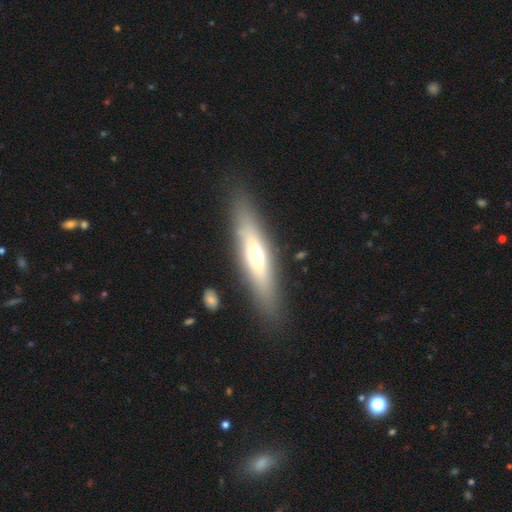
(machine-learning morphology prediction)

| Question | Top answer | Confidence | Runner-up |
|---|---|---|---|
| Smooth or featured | smooth | 49% | featured or disk (44%) |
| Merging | none | 85% | minor disturbance (9%) |